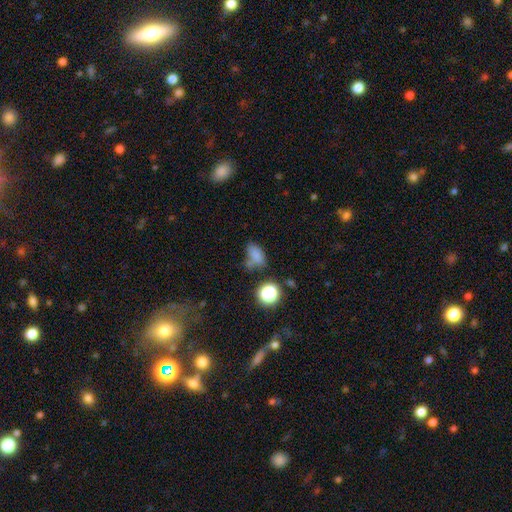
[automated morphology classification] Smooth or featured: smooth — 74% (star or artifact — 17%)
How rounded: in between — 81% (round — 15%)
Merging: none — 49% (minor disturbance — 22%)